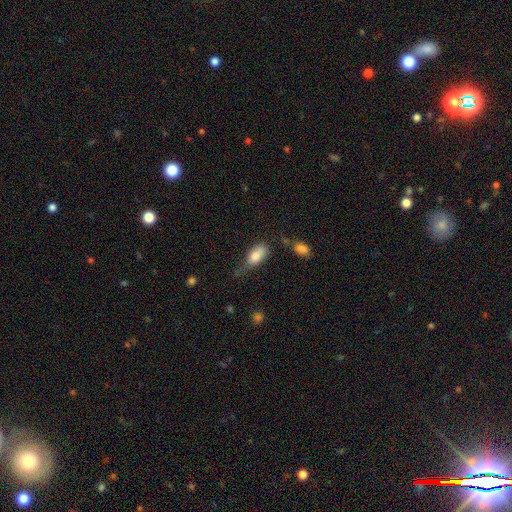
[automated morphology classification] This appears to be a smooth galaxy with no disk features (79%) that is in between round and cigar-shaped (88%). Merging: none (40%).